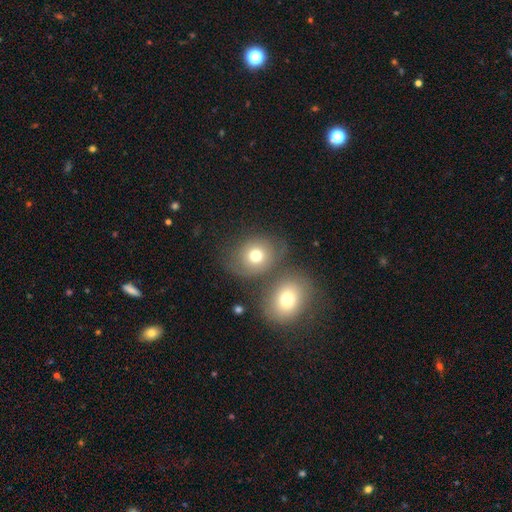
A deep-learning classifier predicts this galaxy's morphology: This is likely a smooth galaxy (70%). How rounded: likely round (67%). Merging: possibly none (53%).